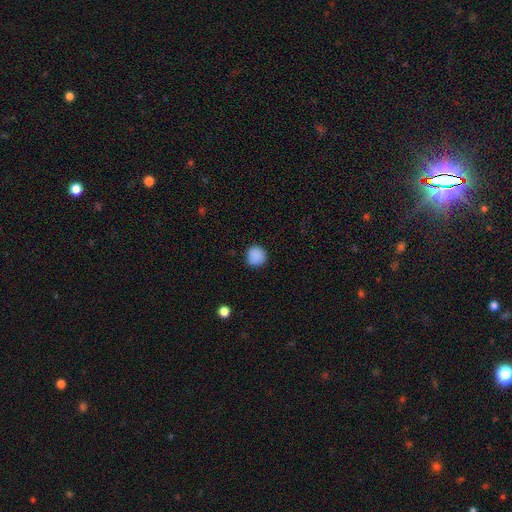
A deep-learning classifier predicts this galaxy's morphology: A smooth galaxy with no disk features (88%) that is round (92%).

Vote fractions:
- Smooth or featured? smooth: 88% / star or artifact: 9% / featured or disk: 3%
- How rounded? round: 92% / in between: 7% / cigar-shaped: 1%
- Merging? none: 87% / minor disturbance: 10% / major disturbance: 2% / merger: 1%